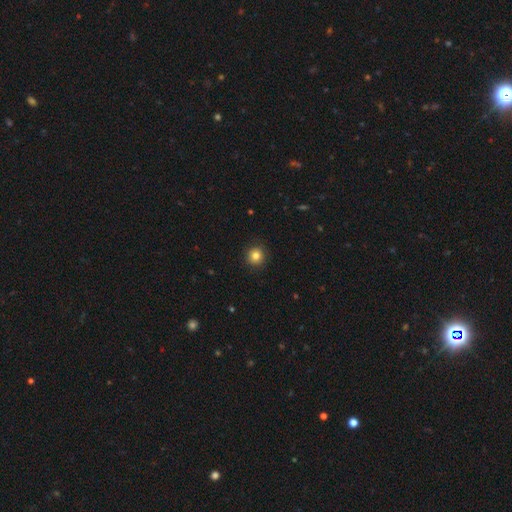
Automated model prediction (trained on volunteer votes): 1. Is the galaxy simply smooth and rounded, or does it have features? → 83% smooth, 12% star or artifact, 6% featured or disk.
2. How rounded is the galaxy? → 93% round, 6% in between, 1% cigar-shaped.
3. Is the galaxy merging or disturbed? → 91% none, 6% minor disturbance, 2% major disturbance, 1% merger.